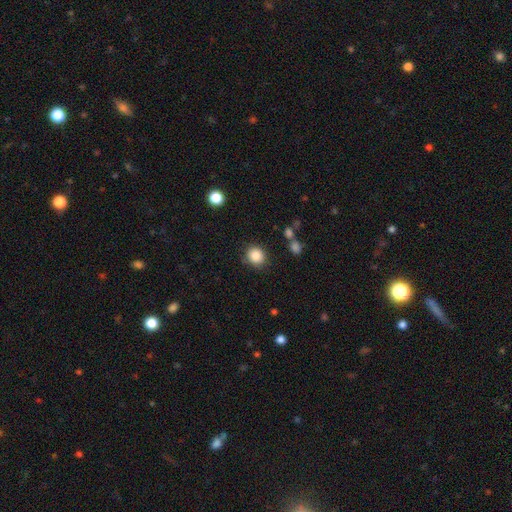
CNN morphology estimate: This is clearly a smooth galaxy (87%). How rounded: clearly round (85%). Merging: clearly none (82%).